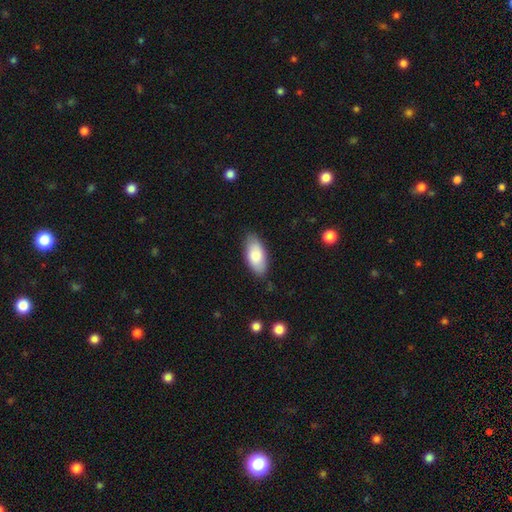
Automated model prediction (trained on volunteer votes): Q: Smooth or featured?
A: smooth (82%); runner-up: featured or disk (12%)
Q: How rounded?
A: in between (91%); runner-up: cigar-shaped (7%)
Q: Merging?
A: none (83%); runner-up: minor disturbance (13%)